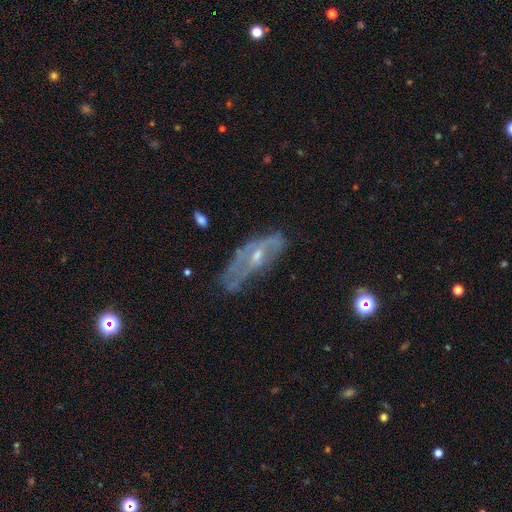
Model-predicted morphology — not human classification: smooth_or_featured: featured or disk (p=0.67) [alt: smooth p=0.23]
disk_edge_on: no (p=0.80) [alt: yes p=0.20]
bar: no (p=0.62) [alt: weak p=0.30]
has_spiral_arms: yes (p=0.53) [alt: no p=0.47]
bulge_size: small (p=0.54) [alt: moderate p=0.39]
merging: none (p=0.47) [alt: minor disturbance p=0.28]